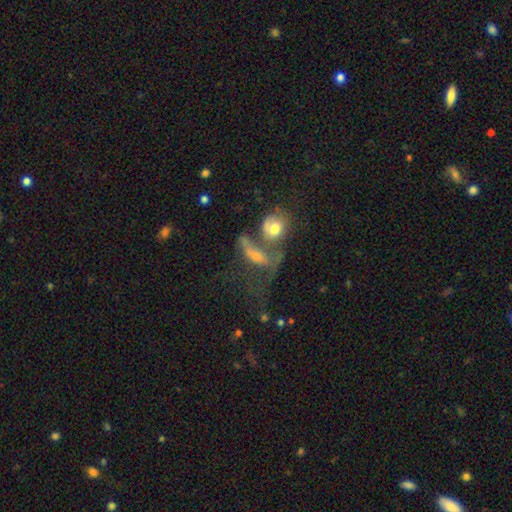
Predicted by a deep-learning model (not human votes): Smooth or featured? Predicted: featured or disk (p=0.45). Merging? Predicted: merger (p=0.52).